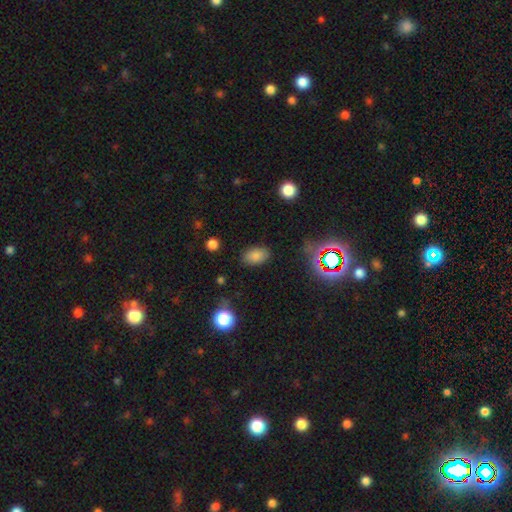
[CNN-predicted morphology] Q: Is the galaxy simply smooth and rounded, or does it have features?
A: smooth — 80%.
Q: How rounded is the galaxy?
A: in between — 89%.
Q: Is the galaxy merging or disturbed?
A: none — 83%.